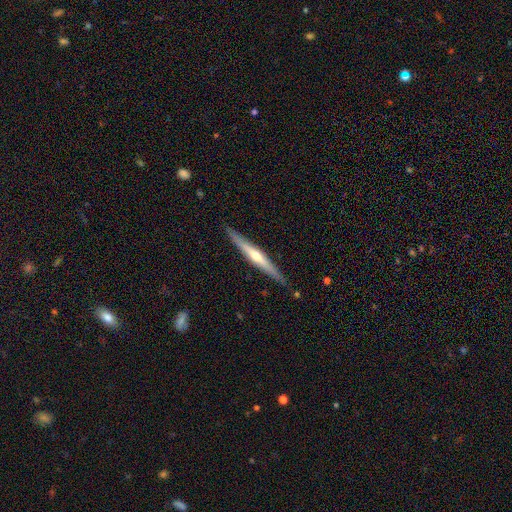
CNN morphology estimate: Smooth or featured? featured or disk (69%)
Edge-on disk? yes (97%)
Edge-on bulge? rounded (80%)
Merging? none (89%)